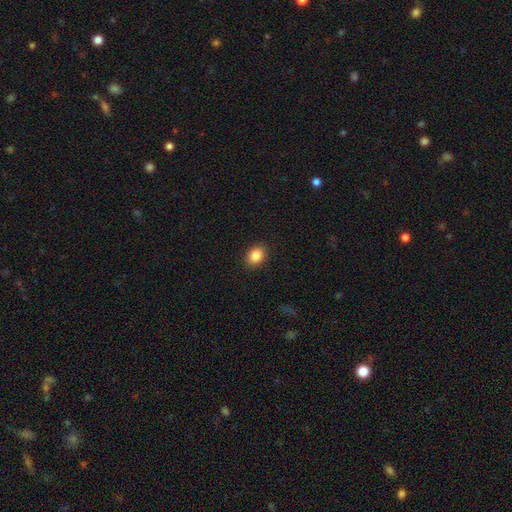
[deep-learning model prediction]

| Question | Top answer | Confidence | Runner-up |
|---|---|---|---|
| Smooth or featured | smooth | 87% | star or artifact (9%) |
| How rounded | in between | 56% | round (43%) |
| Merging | none | 90% | minor disturbance (7%) |